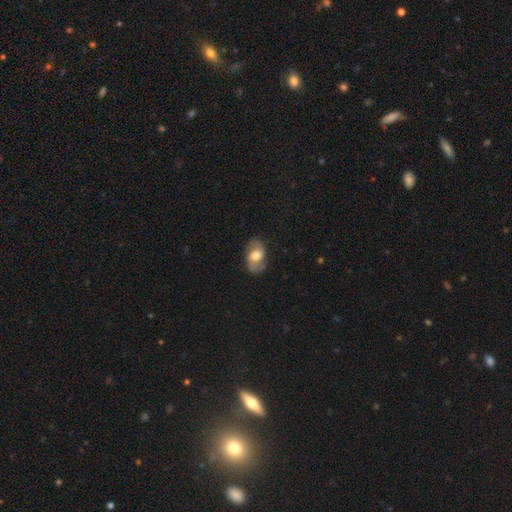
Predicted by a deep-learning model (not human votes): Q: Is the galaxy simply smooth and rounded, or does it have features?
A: smooth — 48%.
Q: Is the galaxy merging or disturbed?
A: none — 71%.